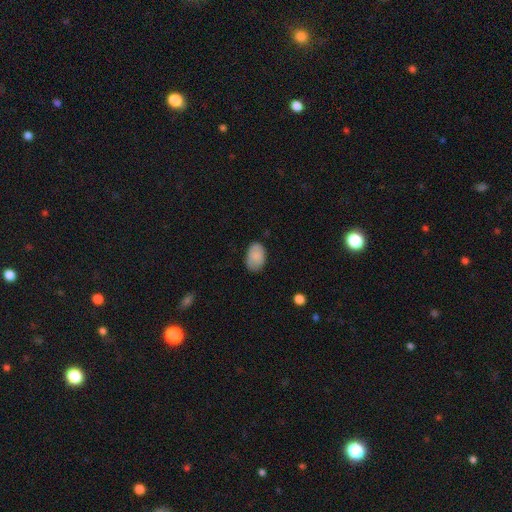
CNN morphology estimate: Smooth or featured? Predicted: smooth (p=0.86). How rounded? Predicted: in between (p=0.90). Merging? Predicted: none (p=0.77).